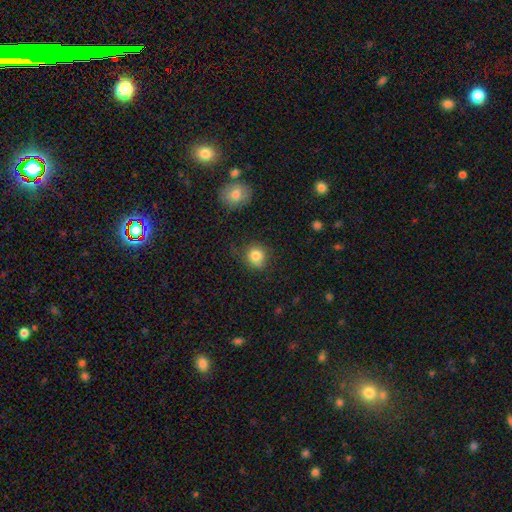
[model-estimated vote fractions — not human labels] A smooth galaxy with no disk features (83%) that is round (81%). Merging: none (68%).